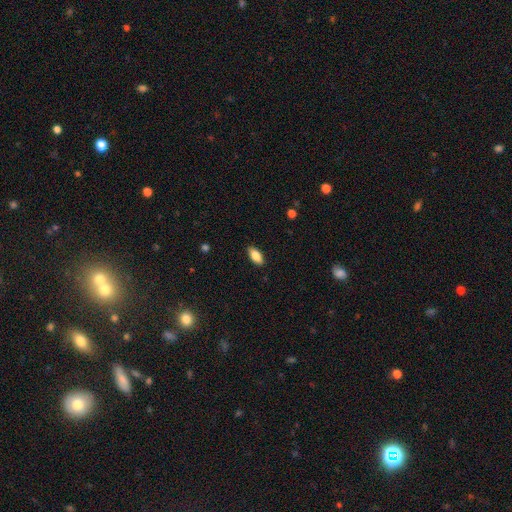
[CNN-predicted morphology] Smooth or featured?
  - smooth: 85% *
  - featured or disk: 9%
  - star or artifact: 7%
How rounded?
  - in between: 89% *
  - cigar-shaped: 8%
  - round: 3%
Merging?
  - none: 88% *
  - minor disturbance: 9%
  - major disturbance: 2%
  - merger: 1%